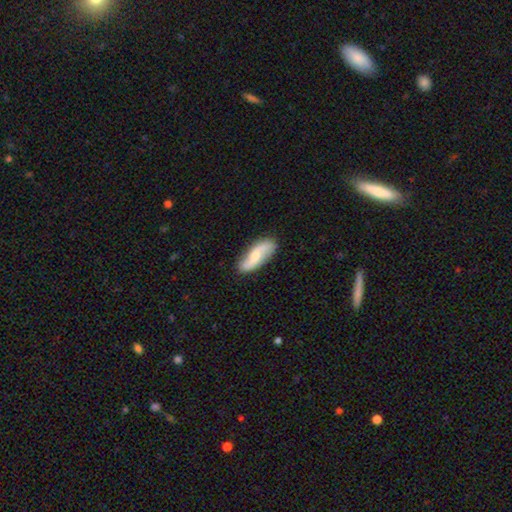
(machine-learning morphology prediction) Smooth or featured?
  - featured or disk: 59% *
  - smooth: 35%
  - star or artifact: 6%
Edge-on disk?
  - no: 91% *
  - yes: 9%
Bar?
  - no: 49% *
  - weak: 39%
  - strong: 12%
Spiral arms?
  - yes: 92% *
  - no: 8%
Bulge size?
  - moderate: 41% * (tied)
  - small: 41% * (tied)
  - none: 11%
  - large: 5%
  - dominant: 1%
Merging?
  - none: 81% *
  - minor disturbance: 14%
  - major disturbance: 3%
  - merger: 2%